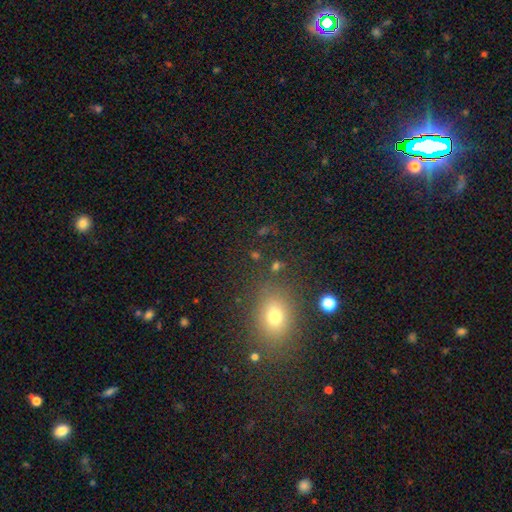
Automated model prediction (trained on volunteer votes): Smooth or featured: smooth — 56% (star or artifact — 33%)
How rounded: round — 53% (in between — 44%)
Merging: none — 78% (minor disturbance — 11%)